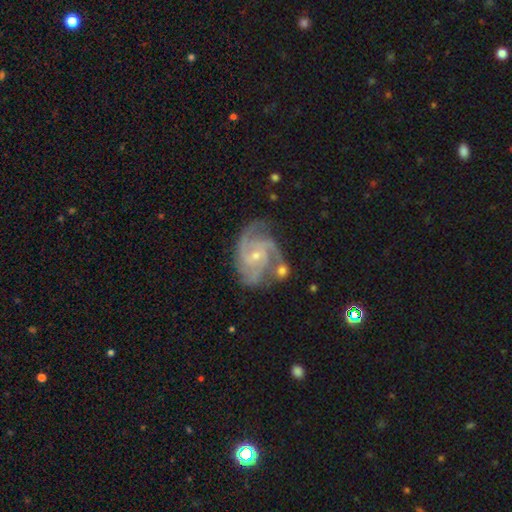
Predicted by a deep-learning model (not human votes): Smooth or featured? Predicted: featured or disk (p=0.90). Edge-on disk? Predicted: no (p=0.98). Bar? Predicted: no (p=0.53). Spiral arms? Predicted: yes (p=0.98). Spiral winding? Predicted: medium (p=0.47). Spiral arm count? Predicted: 3 (p=0.52). Bulge size? Predicted: small (p=0.72). Merging? Predicted: none (p=0.59).